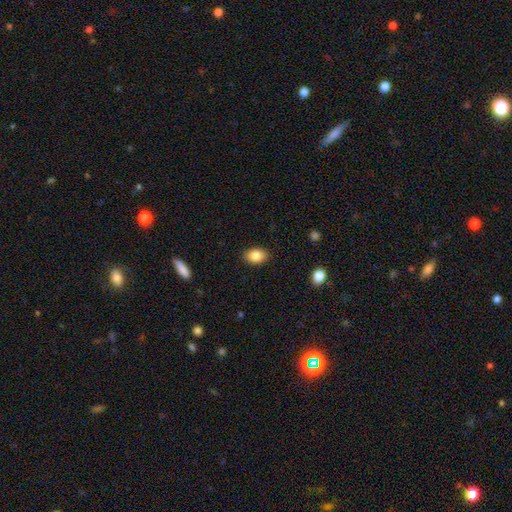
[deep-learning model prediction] Smooth or featured? smooth (85%)
How rounded? in between (84%)
Merging? none (88%)